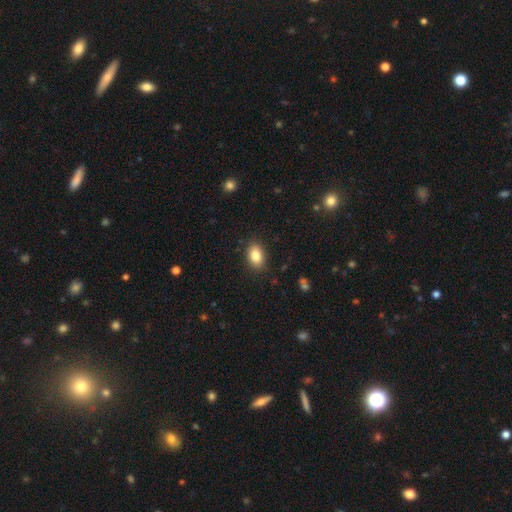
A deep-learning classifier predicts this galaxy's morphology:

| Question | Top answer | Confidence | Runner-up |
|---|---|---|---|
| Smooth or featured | smooth | 85% | star or artifact (8%) |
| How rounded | in between | 87% | round (12%) |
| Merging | none | 86% | minor disturbance (10%) |